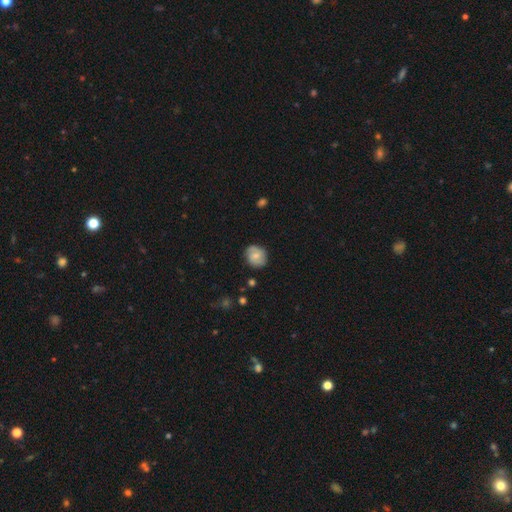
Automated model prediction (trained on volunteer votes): This is possibly a smooth galaxy (54%). How rounded: likely round (74%). Merging: likely none (79%).